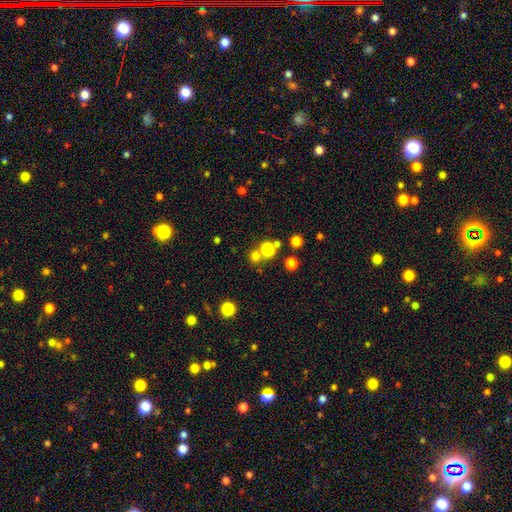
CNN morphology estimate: Overall: smooth (70%). How rounded: round (86%). Merging: none (61%; merger 28%).